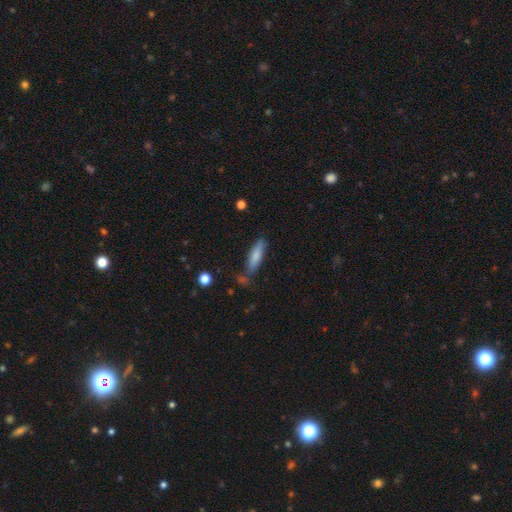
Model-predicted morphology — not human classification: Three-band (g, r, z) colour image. It shows a smooth galaxy with no disk features (79%) that is cigar-shaped (71%). Merging: none (73%).